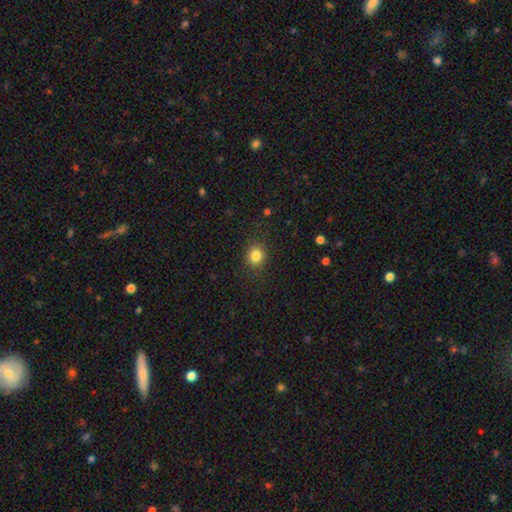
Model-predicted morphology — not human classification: This appears to be a smooth galaxy with no disk features (84%) that is round (82%). Merging: none (88%).